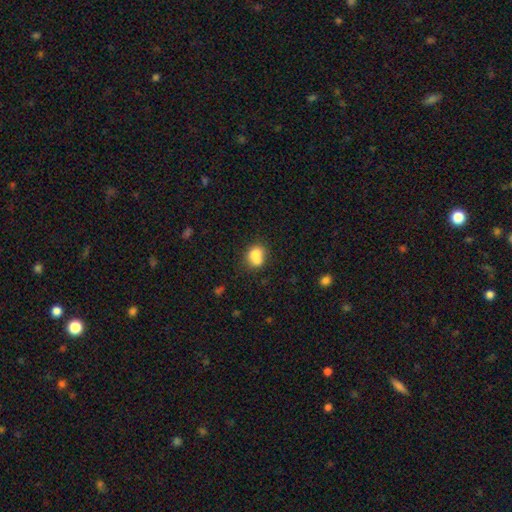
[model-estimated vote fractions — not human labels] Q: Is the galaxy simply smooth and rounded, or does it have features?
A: smooth — 73%.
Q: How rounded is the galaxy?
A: round — 62%.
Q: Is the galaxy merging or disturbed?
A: merger — 52%.